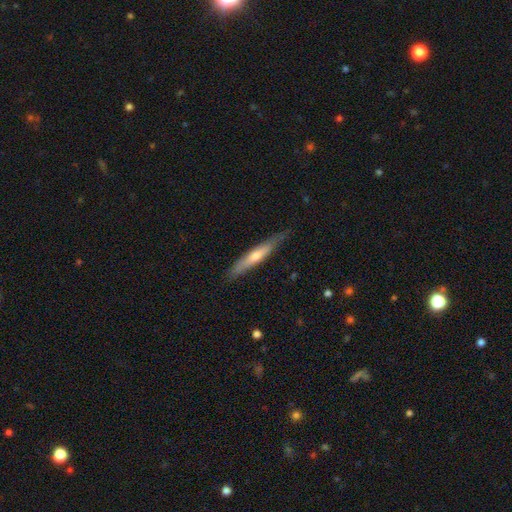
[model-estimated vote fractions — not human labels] Overall: featured or disk (53%; smooth 41%). Edge-on disk: yes (90%). Merging: none (82%).